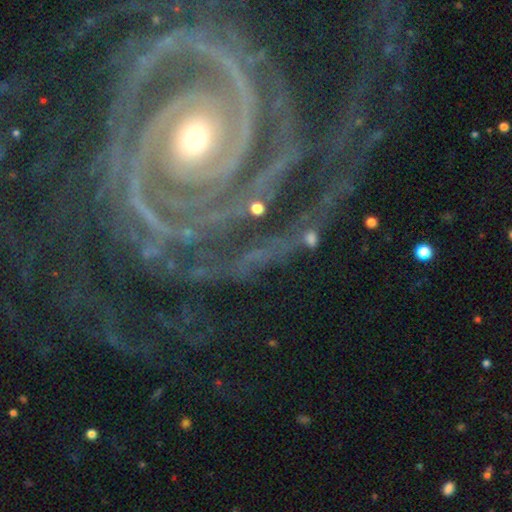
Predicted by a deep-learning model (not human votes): featured or disk 90%, star or artifact 6%, smooth 3%. Down the decision tree: edge-on disk — no (97%); bar — no (64%); spiral arms — yes (98%); spiral arm count — 2 (23%); spiral winding — tight (78%); bulge size — small (49%); merging — none (67%).